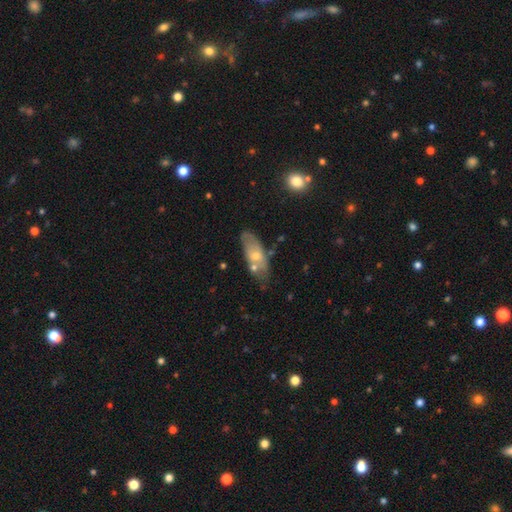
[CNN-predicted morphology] Overall: smooth (51%; featured or disk 42%). How rounded: in between (76%). Merging: none (57%; minor disturbance 23%).